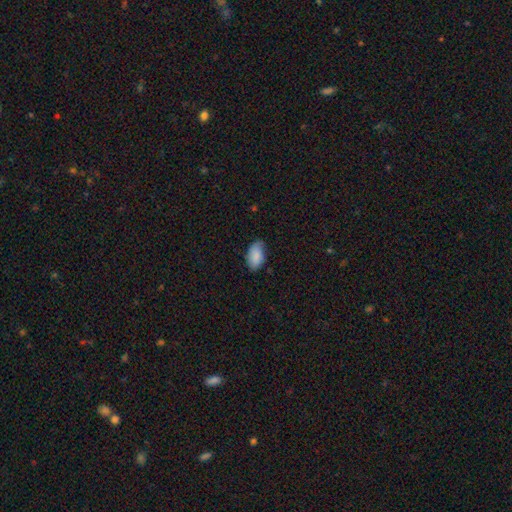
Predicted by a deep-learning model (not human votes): smooth_or_featured: smooth (p=0.86) [alt: featured or disk p=0.07]
how_rounded: in between (p=0.94) [alt: round p=0.04]
merging: none (p=0.61) [alt: minor disturbance p=0.33]